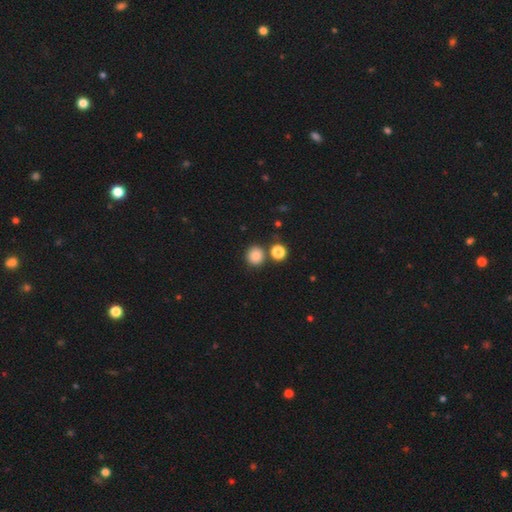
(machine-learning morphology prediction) Smooth or featured: smooth — 85% (star or artifact — 11%)
How rounded: round — 88% (in between — 11%)
Merging: none — 78% (merger — 11%)